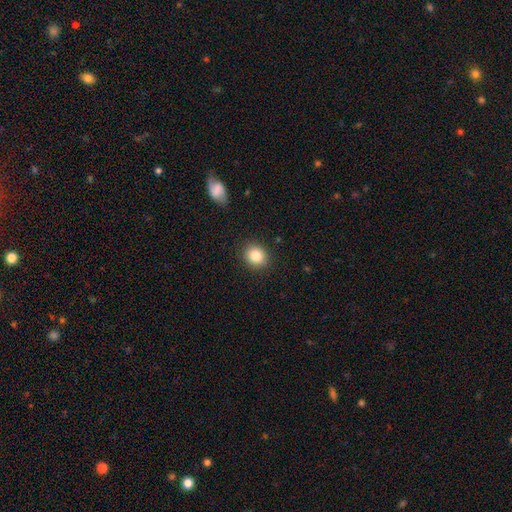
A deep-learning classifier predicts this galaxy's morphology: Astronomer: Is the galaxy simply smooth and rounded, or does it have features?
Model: smooth — 84%.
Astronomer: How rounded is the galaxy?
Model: round — 73%.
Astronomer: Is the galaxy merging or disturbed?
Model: none — 89%.